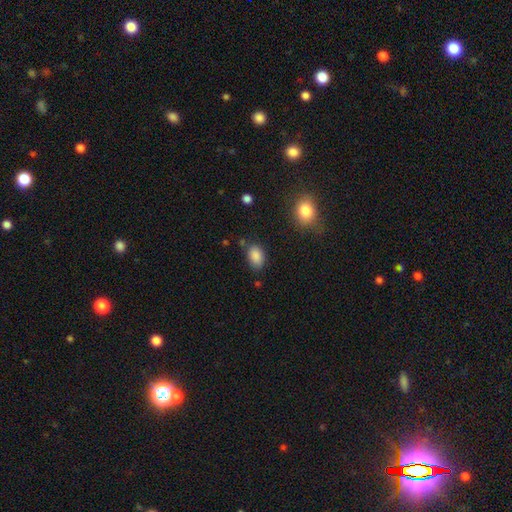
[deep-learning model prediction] Smooth or featured? Predicted: smooth (p=0.87). How rounded? Predicted: in between (p=0.87). Merging? Predicted: none (p=0.74).